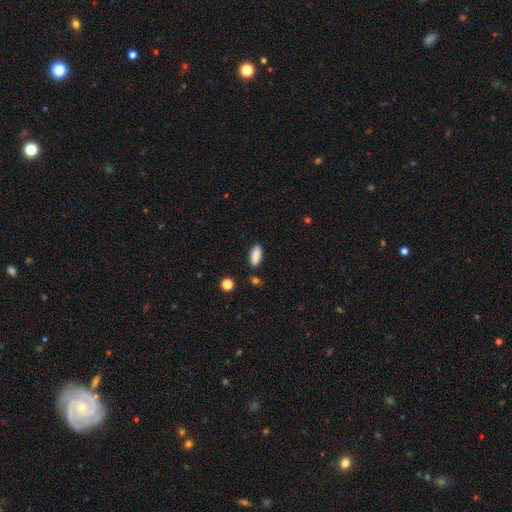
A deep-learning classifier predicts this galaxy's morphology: smooth_or_featured: smooth (p=0.88) [alt: star or artifact p=0.07]
how_rounded: in between (p=0.75) [alt: cigar-shaped p=0.22]
merging: none (p=0.85) [alt: minor disturbance p=0.10]